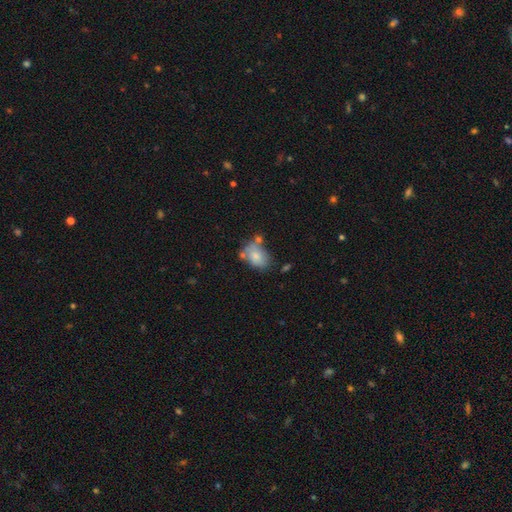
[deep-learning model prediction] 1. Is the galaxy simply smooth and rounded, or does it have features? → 74% smooth, 18% featured or disk, 8% star or artifact.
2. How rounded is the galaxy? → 80% in between, 19% round, 1% cigar-shaped.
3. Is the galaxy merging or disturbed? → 44% none, 25% minor disturbance, 21% merger, 10% major disturbance.